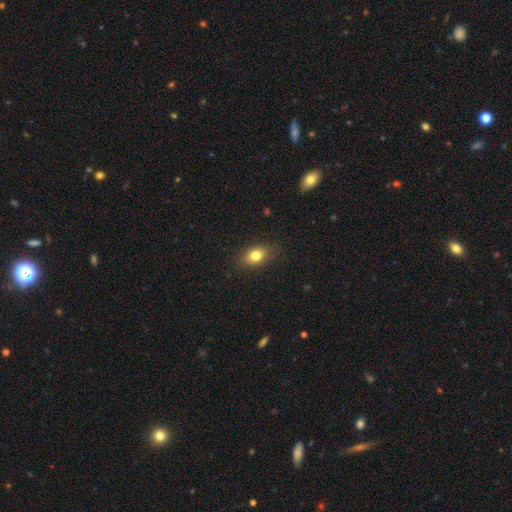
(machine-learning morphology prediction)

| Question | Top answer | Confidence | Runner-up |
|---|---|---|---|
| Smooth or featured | smooth | 79% | featured or disk (11%) |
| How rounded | in between | 73% | round (24%) |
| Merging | none | 83% | minor disturbance (12%) |